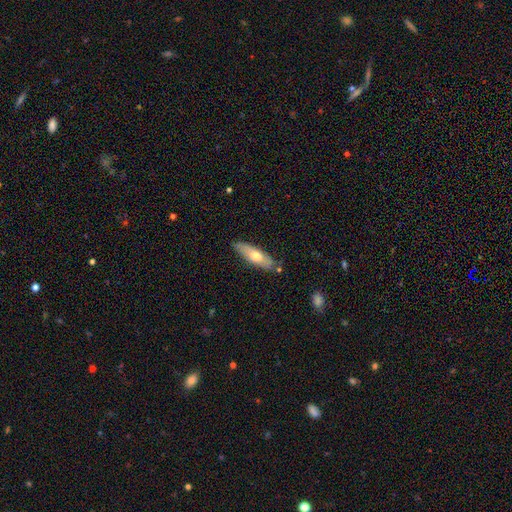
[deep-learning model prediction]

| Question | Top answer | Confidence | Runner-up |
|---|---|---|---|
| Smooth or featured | smooth | 58% | featured or disk (36%) |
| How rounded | cigar-shaped | 54% | in between (44%) |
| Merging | none | 80% | minor disturbance (15%) |